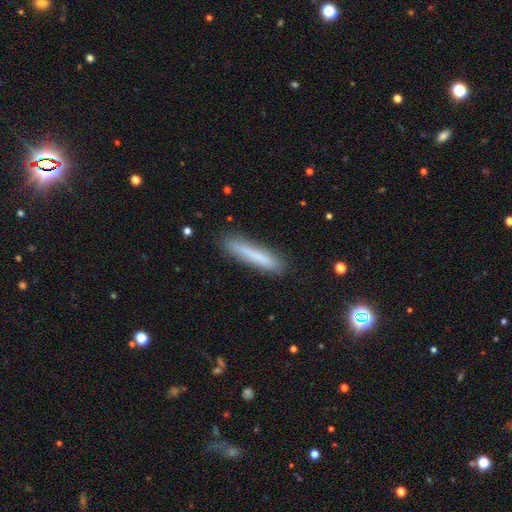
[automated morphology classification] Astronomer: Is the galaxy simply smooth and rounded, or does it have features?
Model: smooth — 74%.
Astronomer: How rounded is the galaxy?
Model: cigar-shaped — 93%.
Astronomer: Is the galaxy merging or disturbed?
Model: none — 86%.